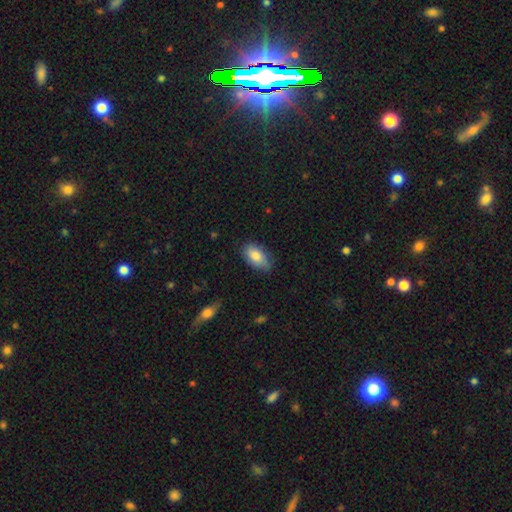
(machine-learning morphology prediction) Overall: smooth (83%). How rounded: in between (92%). Merging: none (75%).